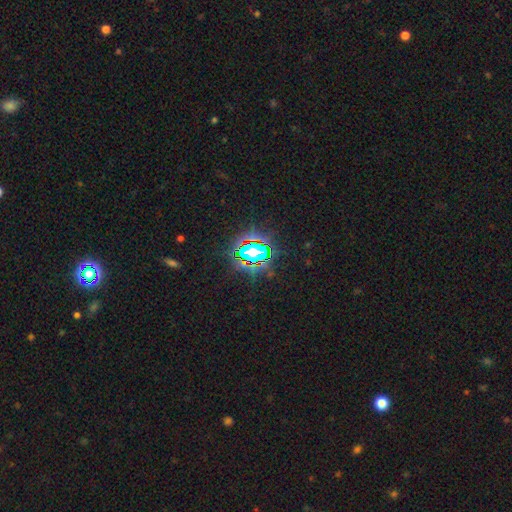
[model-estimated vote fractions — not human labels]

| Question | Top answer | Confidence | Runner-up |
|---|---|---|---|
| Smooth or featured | star or artifact | 70% | smooth (17%) |